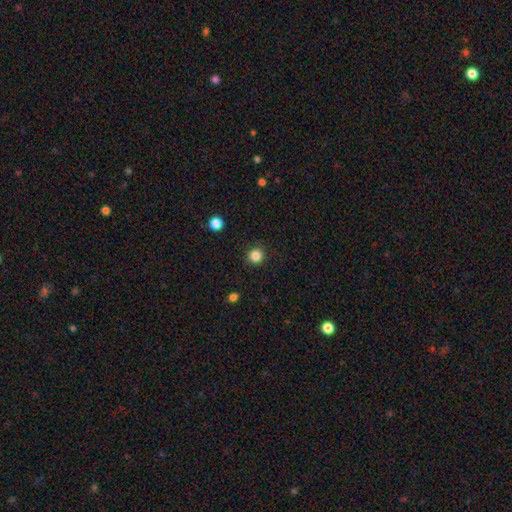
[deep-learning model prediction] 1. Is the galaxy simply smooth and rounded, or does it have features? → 84% smooth, 12% star or artifact, 4% featured or disk.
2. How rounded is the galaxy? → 94% round, 5% in between, 1% cigar-shaped.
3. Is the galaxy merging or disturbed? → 91% none, 6% minor disturbance, 2% major disturbance, 1% merger.